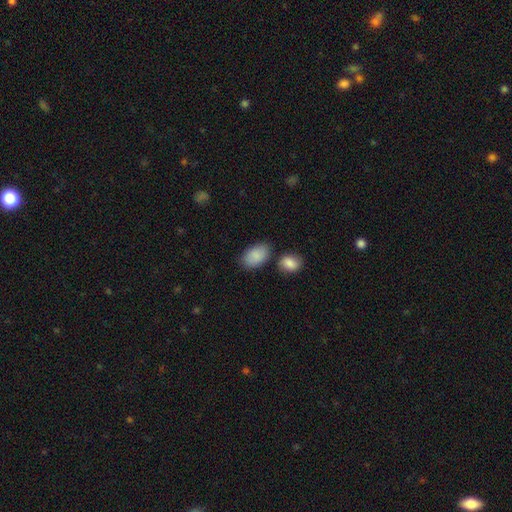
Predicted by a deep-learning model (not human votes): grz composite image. It shows a smooth galaxy with no disk features (88%) that is in between round and cigar-shaped (93%). Merging: none (72%).